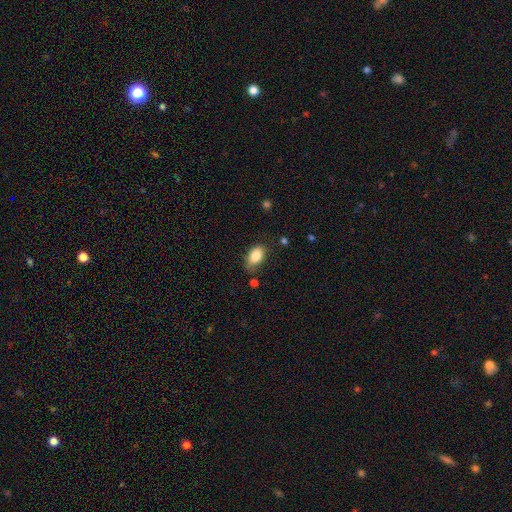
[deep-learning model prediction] A smooth galaxy with no disk features (86%) that is in between round and cigar-shaped (92%). Merging: none (66%).